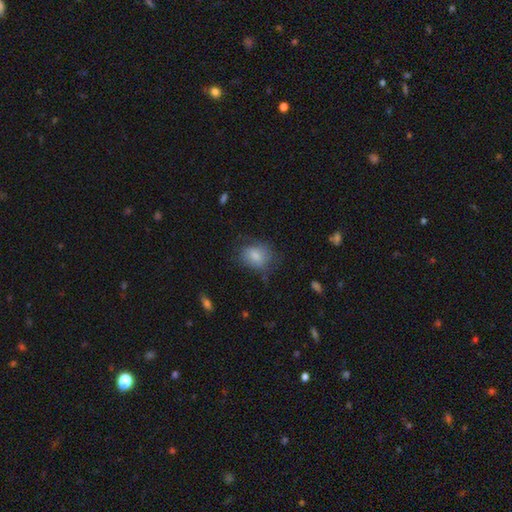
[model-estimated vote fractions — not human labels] The model was most divided on "how rounded": in between: 56%, round: 43%, cigar-shaped: 1%. More confident: smooth or featured — smooth (77%); merging — none (56%).